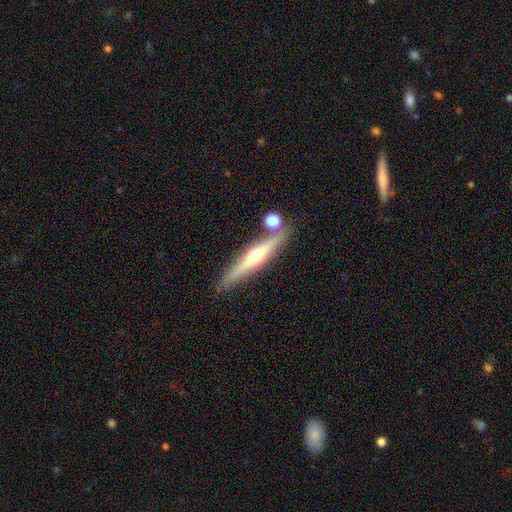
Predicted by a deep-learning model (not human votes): Overall: featured or disk (67%). Edge-on disk: yes (96%). Edge-on bulge: rounded (91%). Merging: none (81%).